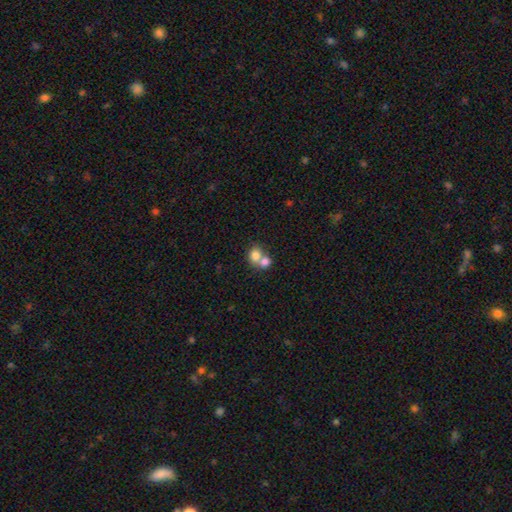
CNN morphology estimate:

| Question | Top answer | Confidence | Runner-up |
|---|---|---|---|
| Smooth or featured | smooth | 77% | featured or disk (14%) |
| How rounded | round | 69% | in between (31%) |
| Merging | merger | 62% | none (30%) |